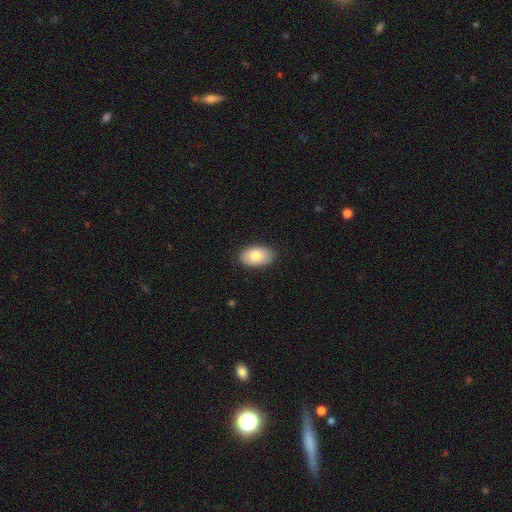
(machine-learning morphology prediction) smooth 81%, featured or disk 13%, star or artifact 6%. Down the decision tree: how rounded — in between (94%); merging — none (87%).